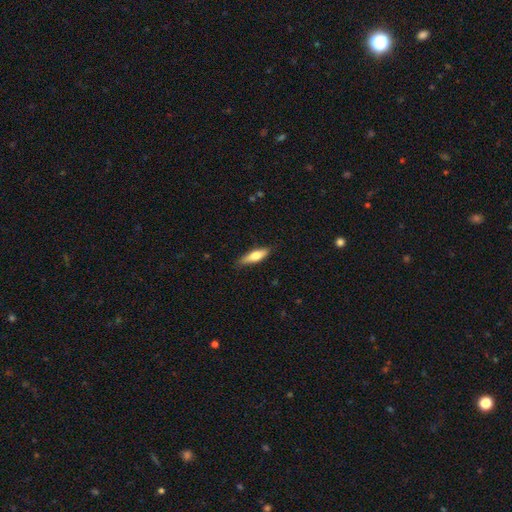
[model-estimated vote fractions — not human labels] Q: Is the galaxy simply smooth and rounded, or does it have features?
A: smooth — 61%.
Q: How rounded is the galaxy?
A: cigar-shaped — 62%.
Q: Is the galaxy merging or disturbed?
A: none — 83%.